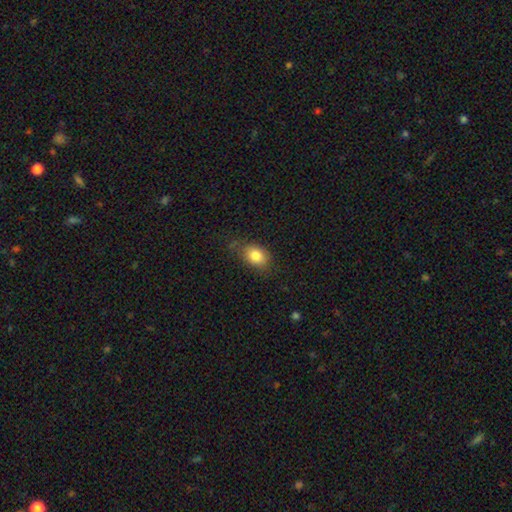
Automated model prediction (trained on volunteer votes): smooth 82%, featured or disk 9%, star or artifact 9%. Down the decision tree: how rounded — in between (76%); merging — none (67%).